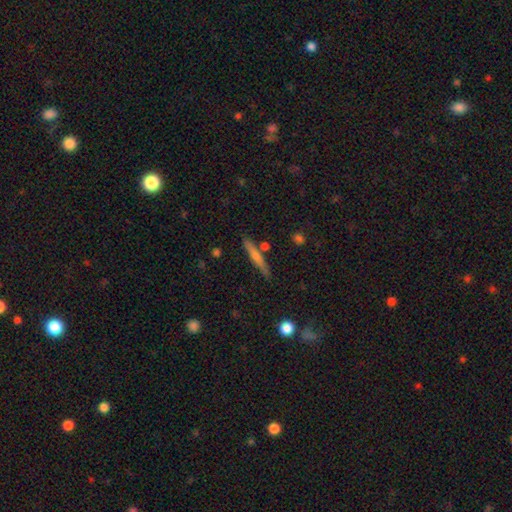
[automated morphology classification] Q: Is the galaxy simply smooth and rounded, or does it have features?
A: featured or disk — 47%.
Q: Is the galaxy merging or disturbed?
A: none — 82%.